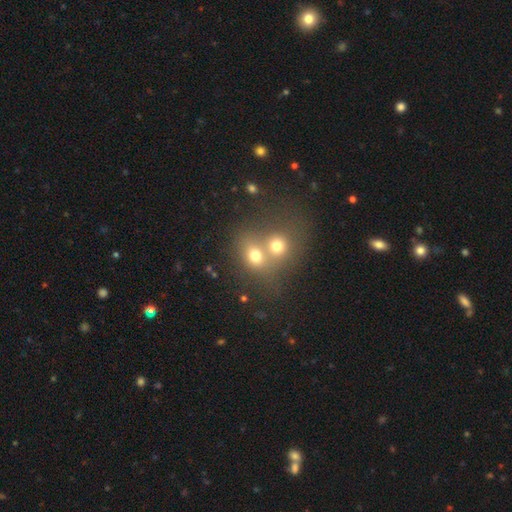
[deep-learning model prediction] A smooth galaxy with no disk features (67%) that is round (62%). Merging: merger (64%).